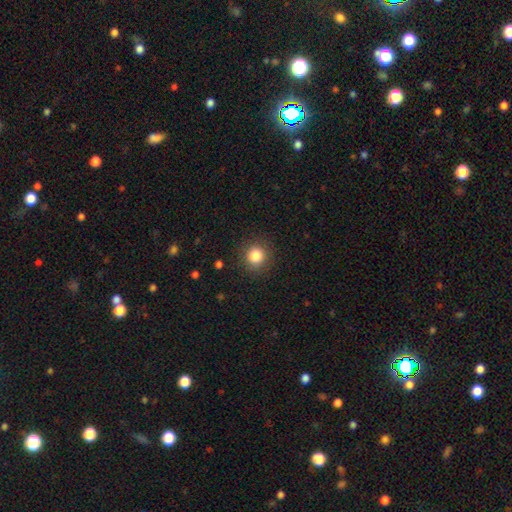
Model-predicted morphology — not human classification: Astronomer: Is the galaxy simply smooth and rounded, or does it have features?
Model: smooth — 83%.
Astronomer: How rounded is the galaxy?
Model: round — 92%.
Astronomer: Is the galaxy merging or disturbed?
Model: none — 89%.